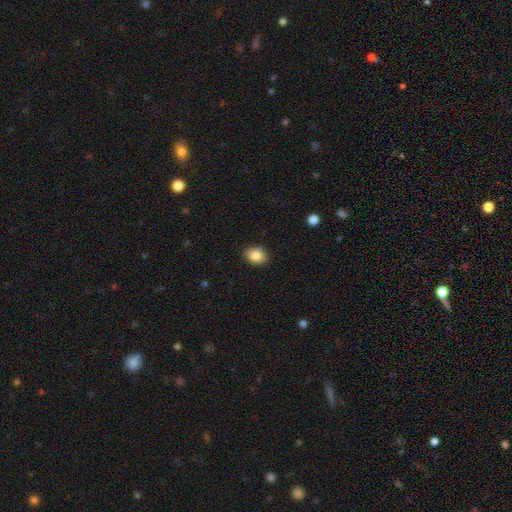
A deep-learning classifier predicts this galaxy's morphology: smooth 85%, star or artifact 9%, featured or disk 6%. Down the decision tree: how rounded — in between (60%); merging — none (85%).